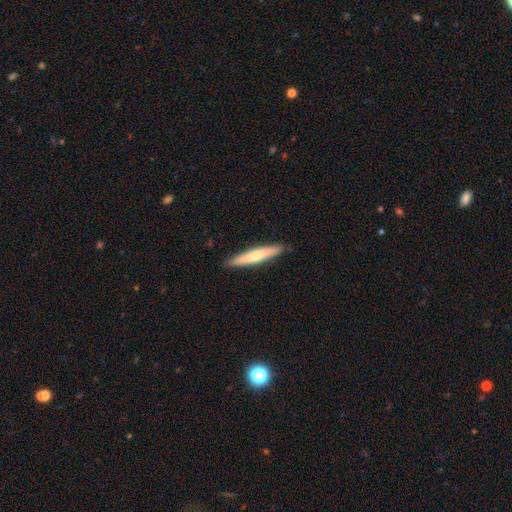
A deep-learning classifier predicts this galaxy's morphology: The model was most divided on "smooth or featured": smooth: 59%, featured or disk: 36%, star or artifact: 5%. More confident: how rounded — cigar-shaped (92%); merging — none (89%).